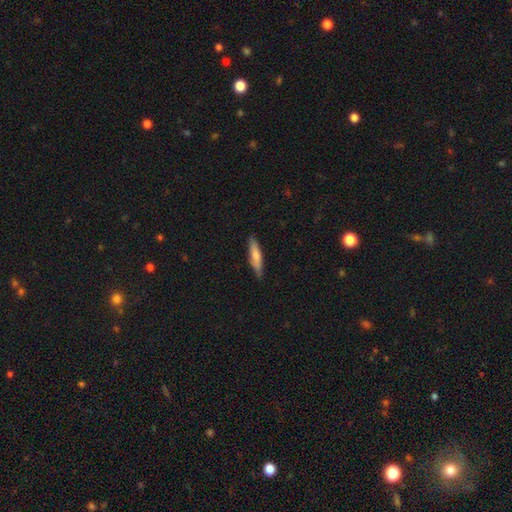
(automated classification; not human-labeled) The model was most divided on "smooth or featured": smooth: 69%, featured or disk: 25%, star or artifact: 6%. More confident: merging — none (85%); how rounded — cigar-shaped (82%).